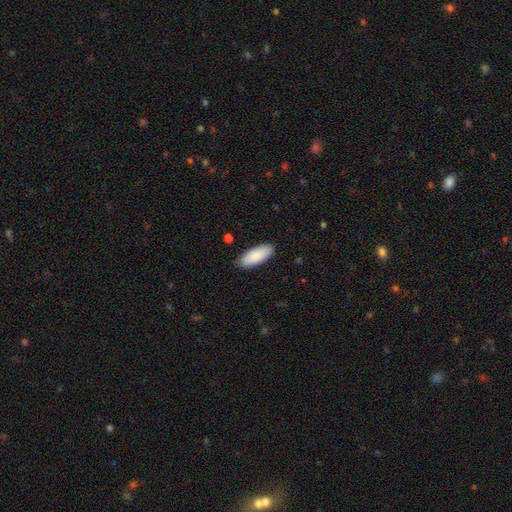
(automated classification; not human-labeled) smooth_or_featured: smooth (p=0.86) [alt: featured or disk p=0.08]
how_rounded: in between (p=0.82) [alt: cigar-shaped p=0.16]
merging: none (p=0.86) [alt: minor disturbance p=0.11]